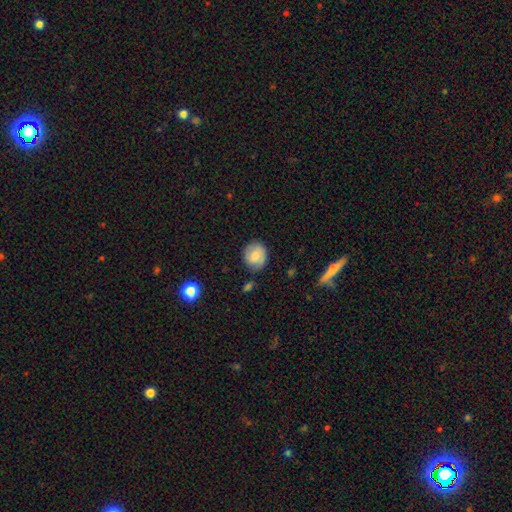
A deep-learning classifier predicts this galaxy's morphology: The model was most divided on "smooth or featured": smooth: 55%, featured or disk: 37%, star or artifact: 8%. More confident: merging — none (72%); how rounded — round (69%).